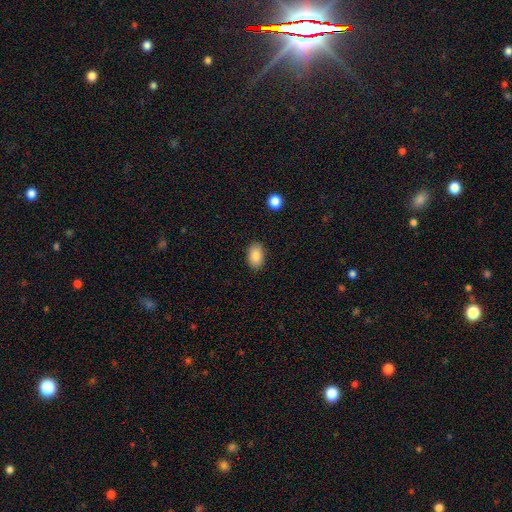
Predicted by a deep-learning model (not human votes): smooth 86%, star or artifact 8%, featured or disk 6%. Down the decision tree: how rounded — in between (88%); merging — none (88%).